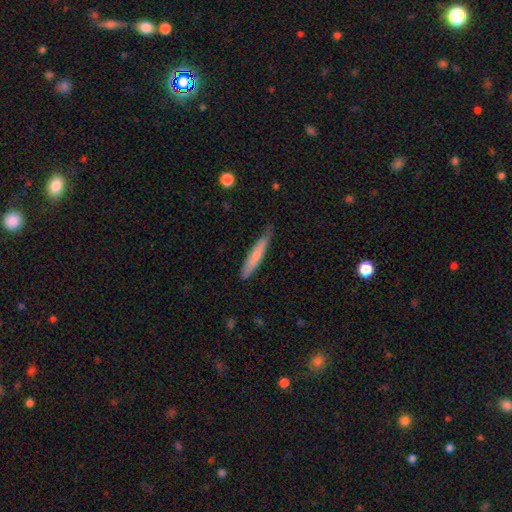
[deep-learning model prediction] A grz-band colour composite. It shows a smooth galaxy with no disk features (72%) that is cigar-shaped (93%). Merging: none (73%).